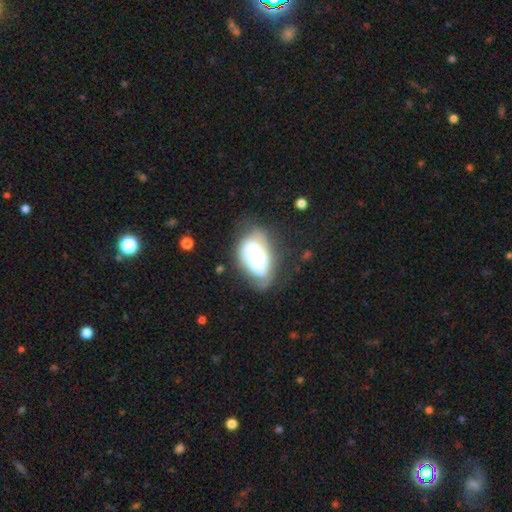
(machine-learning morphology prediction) A featured or disk galaxy (68%) with no bar (60%), 2 (55%) tight (47%) spiral arms (84%) and a moderate central bulge (40%, tied with small). Merging: none (56%).